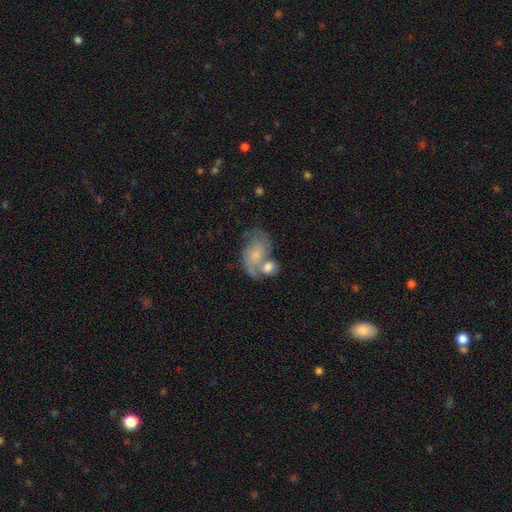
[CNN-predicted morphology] Q: Smooth or featured?
A: featured or disk (52%); runner-up: smooth (39%)
Q: Edge-on disk?
A: no (97%); runner-up: yes (3%)
Q: Merging?
A: merger (45%); runner-up: none (29%)